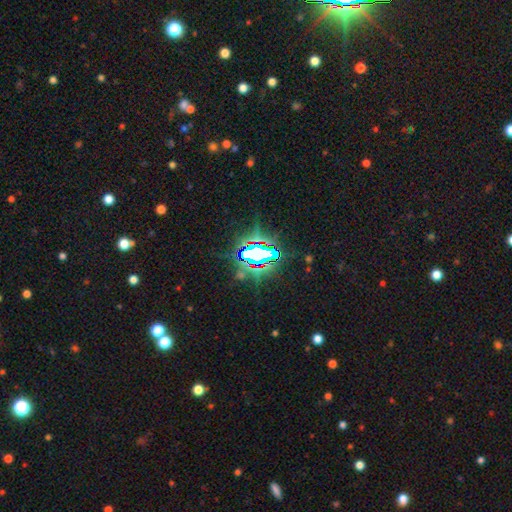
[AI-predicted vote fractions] This appears to be a star or artifact, not a galaxy (74%).